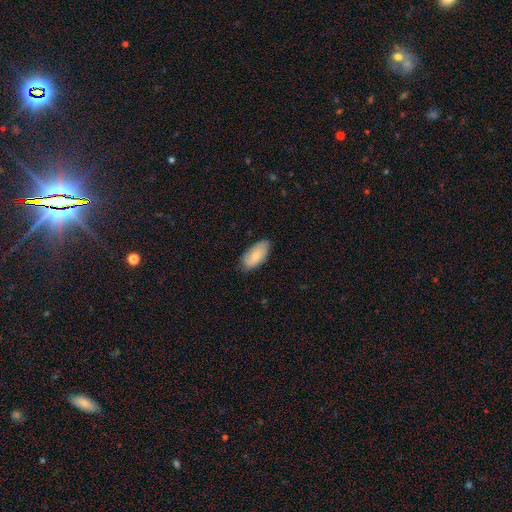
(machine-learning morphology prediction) A smooth galaxy with no disk features (71%) that is in between round and cigar-shaped (93%).

Vote fractions:
- Smooth or featured? smooth: 71% / featured or disk: 23% / star or artifact: 6%
- How rounded? in between: 93% / cigar-shaped: 4% / round: 2%
- Merging? none: 76% / minor disturbance: 20% / major disturbance: 3% / merger: 1%